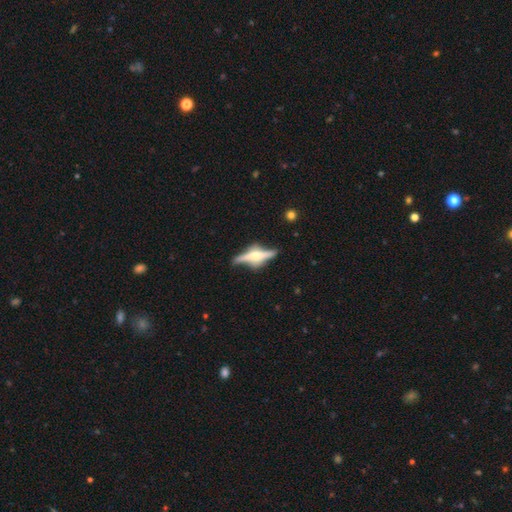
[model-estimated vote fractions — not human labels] A featured or disk galaxy (77%) viewed edge-on (93%) with a rounded central bulge (90%). Merging: none (71%).